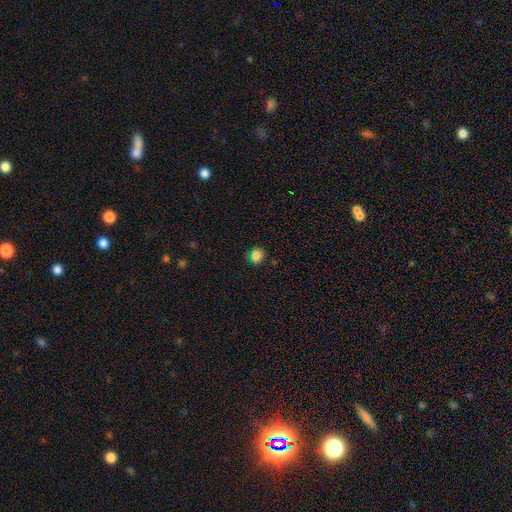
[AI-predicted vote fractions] Q: Smooth or featured?
A: smooth (81%); runner-up: star or artifact (14%)
Q: How rounded?
A: round (75%); runner-up: in between (24%)
Q: Merging?
A: none (79%); runner-up: minor disturbance (15%)